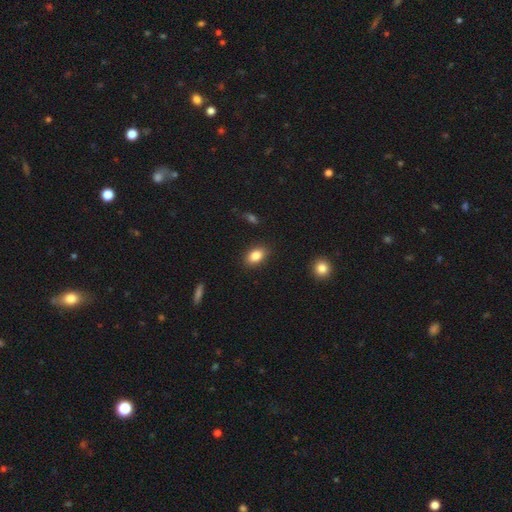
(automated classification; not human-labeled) Smooth or featured? smooth (84%)
How rounded? in between (86%)
Merging? none (87%)